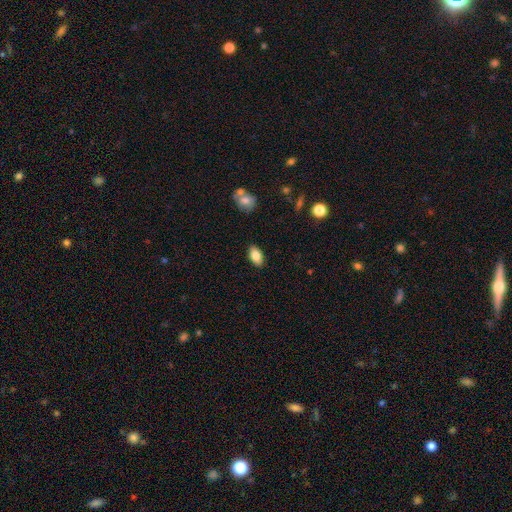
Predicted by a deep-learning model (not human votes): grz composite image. It shows a smooth galaxy with no disk features (84%) that is in between round and cigar-shaped (92%). Merging: none (88%).